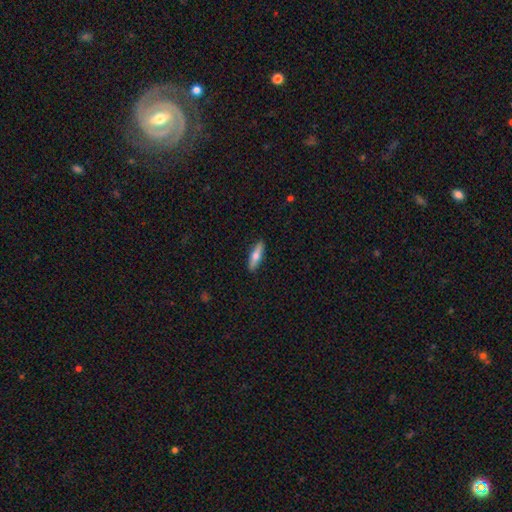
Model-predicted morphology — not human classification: The model was most divided on "smooth or featured": smooth: 64%, featured or disk: 30%, star or artifact: 6%. More confident: merging — none (90%); how rounded — cigar-shaped (69%).